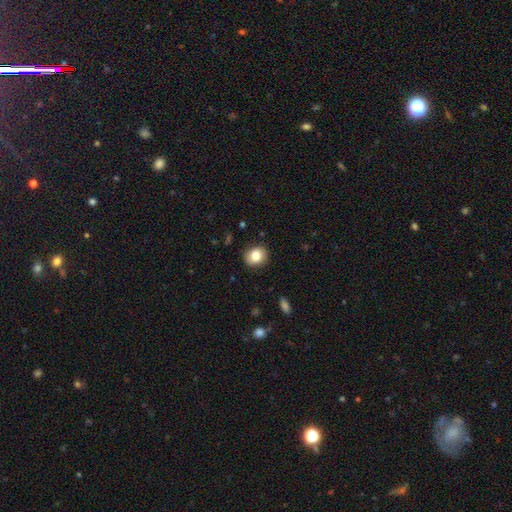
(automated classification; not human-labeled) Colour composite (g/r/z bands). It shows a smooth galaxy with no disk features (82%) that is round (69%). Merging: none (87%).